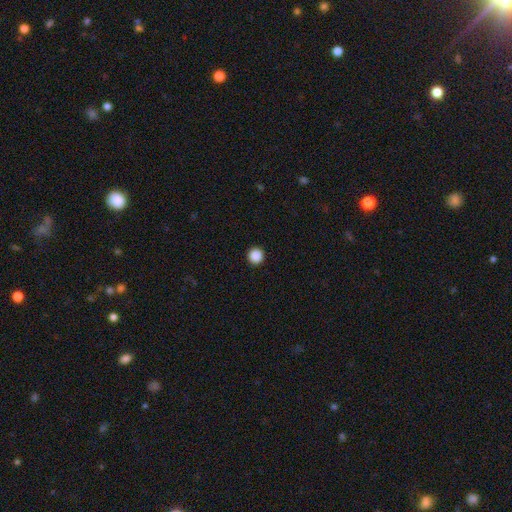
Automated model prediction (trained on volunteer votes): smooth 88%, star or artifact 10%, featured or disk 2%. Down the decision tree: how rounded — round (96%); merging — none (94%).